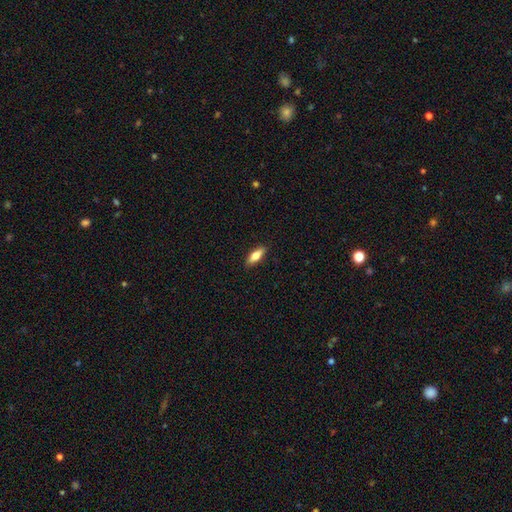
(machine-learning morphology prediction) Smooth or featured?
  - smooth: 73% *
  - featured or disk: 21%
  - star or artifact: 6%
How rounded?
  - in between: 64% *
  - cigar-shaped: 33%
  - round: 2%
Merging?
  - none: 88% *
  - minor disturbance: 9%
  - major disturbance: 2%
  - merger: 1%